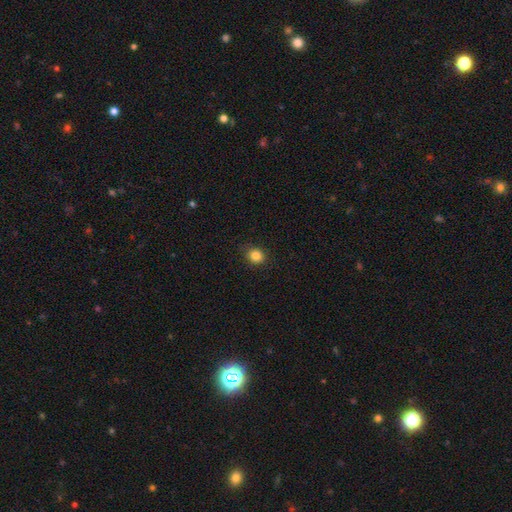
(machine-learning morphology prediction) Smooth or featured: smooth — 84% (star or artifact — 11%)
How rounded: round — 78% (in between — 21%)
Merging: none — 86% (minor disturbance — 11%)